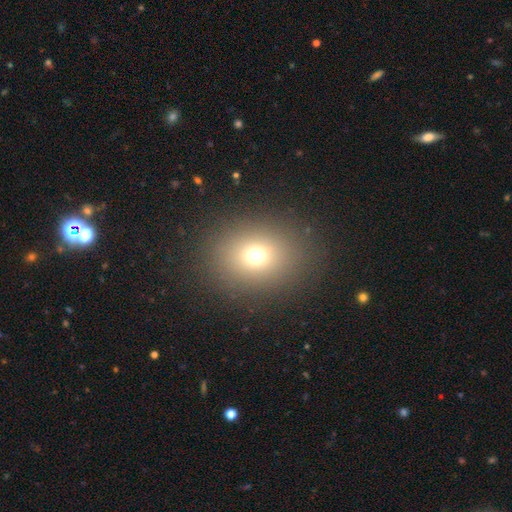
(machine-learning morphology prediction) smooth_or_featured: smooth (p=0.70) [alt: star or artifact p=0.19]
how_rounded: round (p=0.57) [alt: in between p=0.42]
merging: none (p=0.86) [alt: minor disturbance p=0.07]